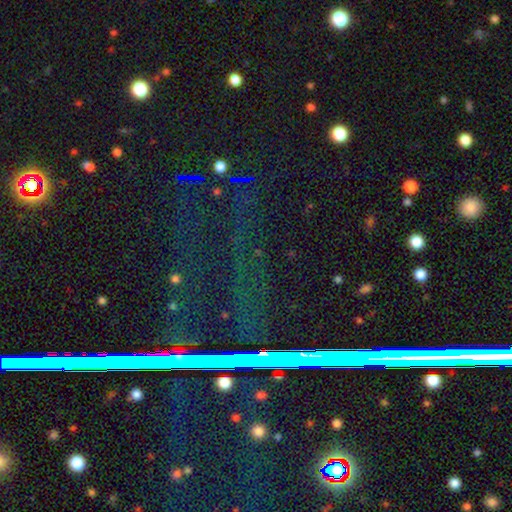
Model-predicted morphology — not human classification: A star or artifact, not a galaxy (78%).